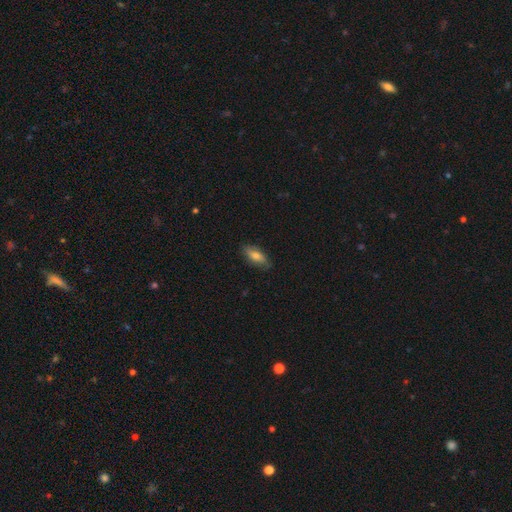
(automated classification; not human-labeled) A smooth galaxy with no disk features (72%) that is in between round and cigar-shaped (78%).

Vote fractions:
- Smooth or featured? smooth: 72% / featured or disk: 21% / star or artifact: 7%
- How rounded? in between: 78% / cigar-shaped: 19% / round: 3%
- Merging? none: 81% / minor disturbance: 15% / major disturbance: 3% / merger: 1%